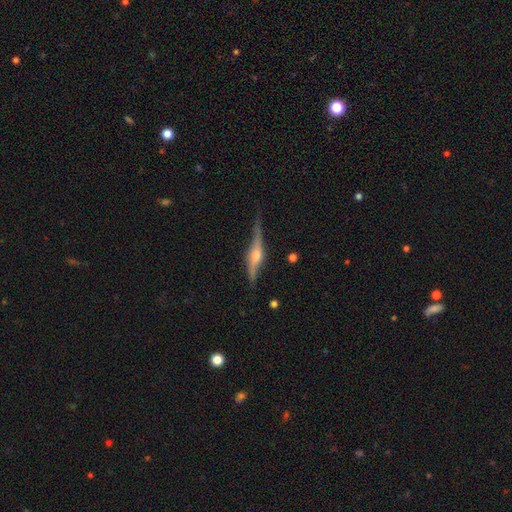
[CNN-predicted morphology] Overall: featured or disk (79%). Edge-on disk: yes (90%). Edge-on bulge: rounded (88%). Merging: none (68%).